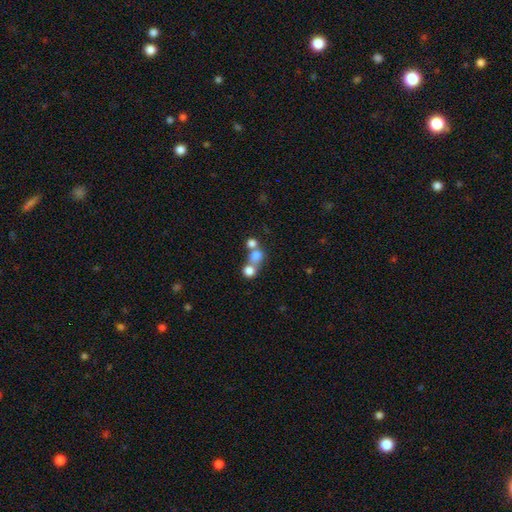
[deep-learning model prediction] smooth_or_featured: smooth (p=0.73) [alt: star or artifact p=0.14]
how_rounded: round (p=0.79) [alt: in between p=0.20]
merging: merger (p=0.55) [alt: none p=0.35]